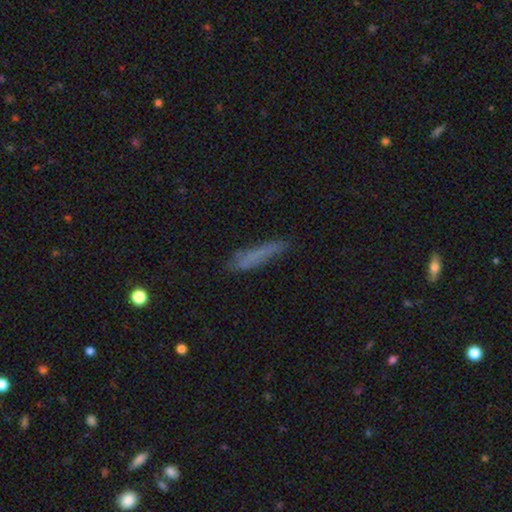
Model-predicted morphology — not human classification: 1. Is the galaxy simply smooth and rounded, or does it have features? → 65% smooth, 24% featured or disk, 11% star or artifact.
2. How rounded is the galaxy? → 87% cigar-shaped, 11% in between, 2% round.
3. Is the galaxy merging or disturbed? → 69% none, 22% minor disturbance, 7% major disturbance, 2% merger.